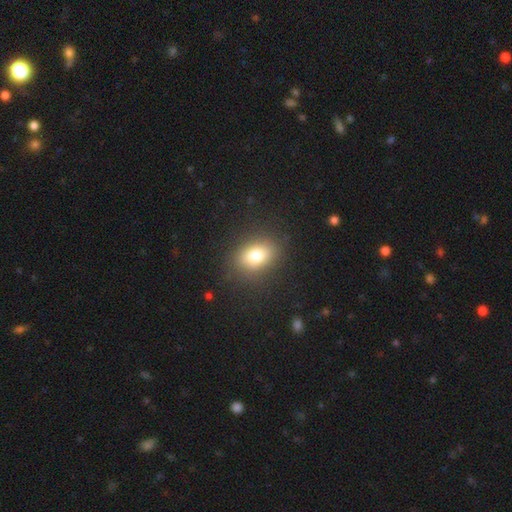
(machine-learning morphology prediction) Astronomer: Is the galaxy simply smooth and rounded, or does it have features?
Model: smooth — 79%.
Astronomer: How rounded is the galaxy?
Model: in between — 68%.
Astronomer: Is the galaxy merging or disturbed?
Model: none — 83%.